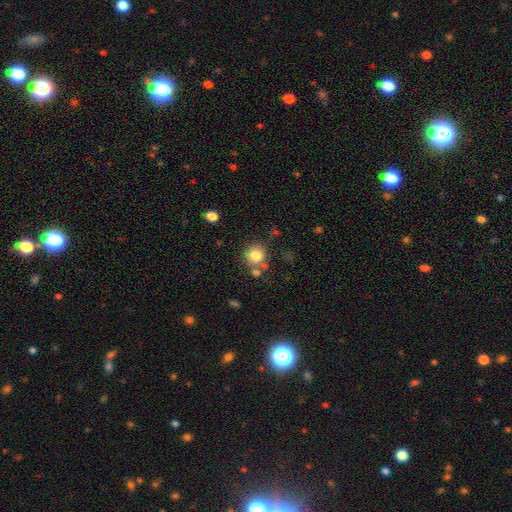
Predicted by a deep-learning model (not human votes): Q: Smooth or featured?
A: smooth (82%); runner-up: star or artifact (11%)
Q: How rounded?
A: round (89%); runner-up: in between (10%)
Q: Merging?
A: none (73%); runner-up: merger (12%)